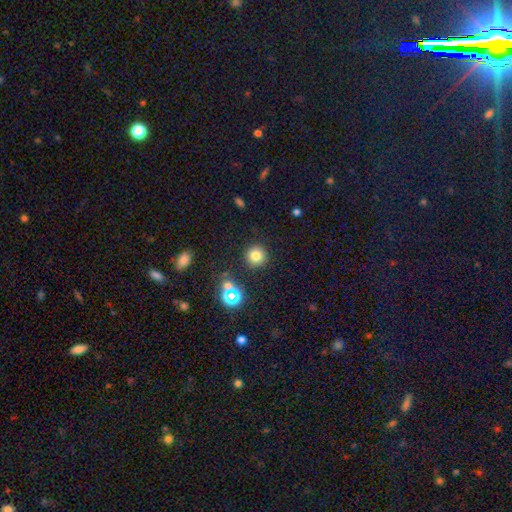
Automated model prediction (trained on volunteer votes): The model was most divided on "smooth or featured": smooth: 78%, star or artifact: 16%, featured or disk: 7%. More confident: how rounded — round (94%); merging — none (88%).